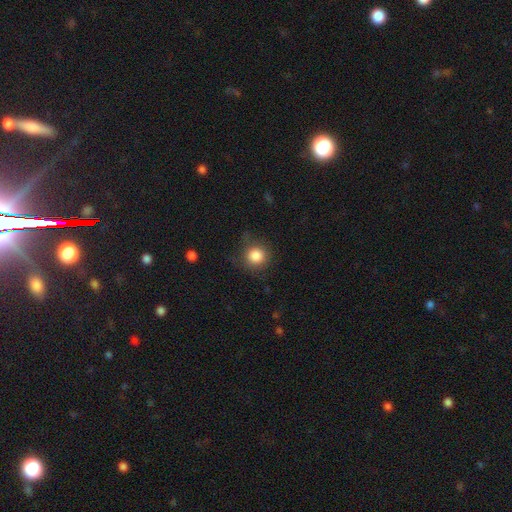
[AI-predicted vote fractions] Smooth or featured? smooth (84%)
How rounded? round (91%)
Merging? none (75%)